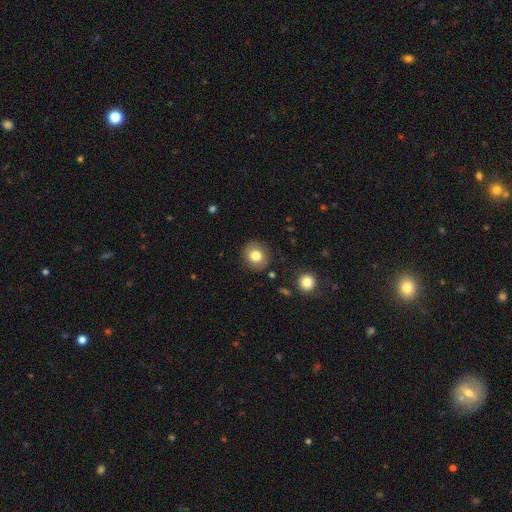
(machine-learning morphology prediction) Overall: smooth (79%). How rounded: round (77%). Merging: none (86%).